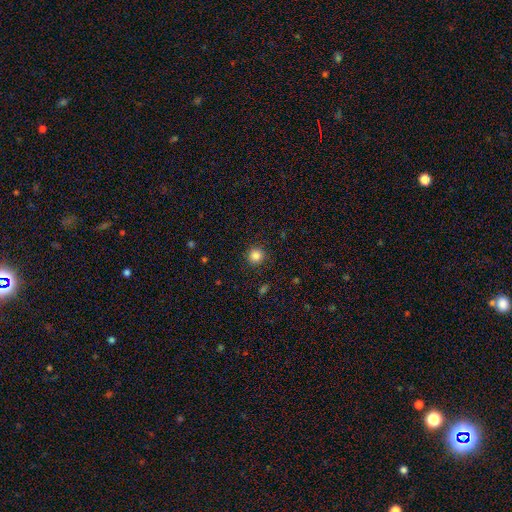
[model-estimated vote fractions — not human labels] This is clearly a smooth galaxy (84%). How rounded: clearly round (95%). Merging: clearly none (91%).